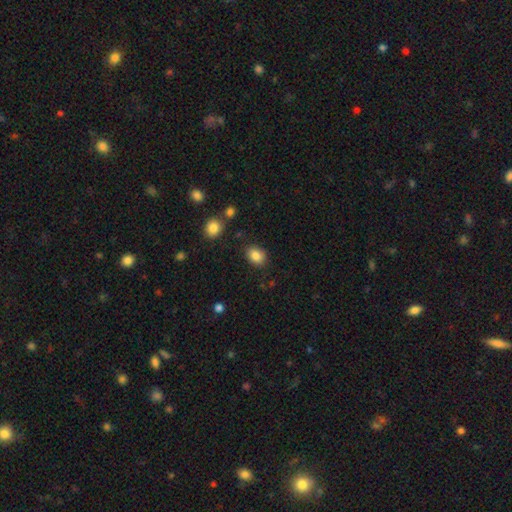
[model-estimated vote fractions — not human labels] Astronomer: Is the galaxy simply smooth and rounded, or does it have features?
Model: smooth — 85%.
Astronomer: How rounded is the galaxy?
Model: in between — 67%.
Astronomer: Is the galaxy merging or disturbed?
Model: none — 85%.